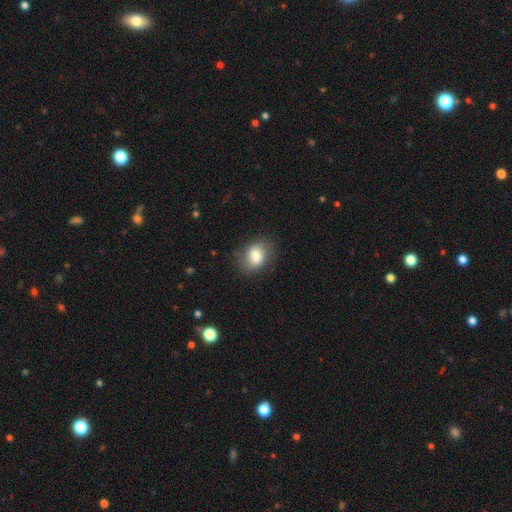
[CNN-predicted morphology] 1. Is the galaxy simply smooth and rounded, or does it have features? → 80% smooth, 12% featured or disk, 8% star or artifact.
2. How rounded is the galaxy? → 68% in between, 30% round, 1% cigar-shaped.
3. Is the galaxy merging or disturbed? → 77% none, 16% minor disturbance, 5% major disturbance, 1% merger.